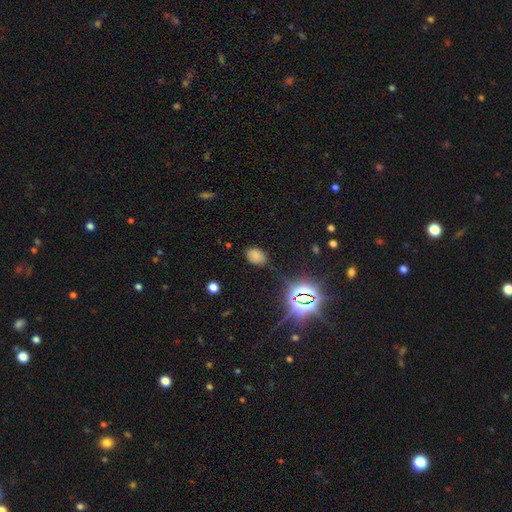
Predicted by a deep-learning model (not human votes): smooth-or-featured: smooth: 69% | star or artifact: 24% | featured or disk: 7%
  how-rounded: in between: 83% | round: 16% | cigar-shaped: 1%
  merging: none: 79% | minor disturbance: 15% | major disturbance: 4% | merger: 2%